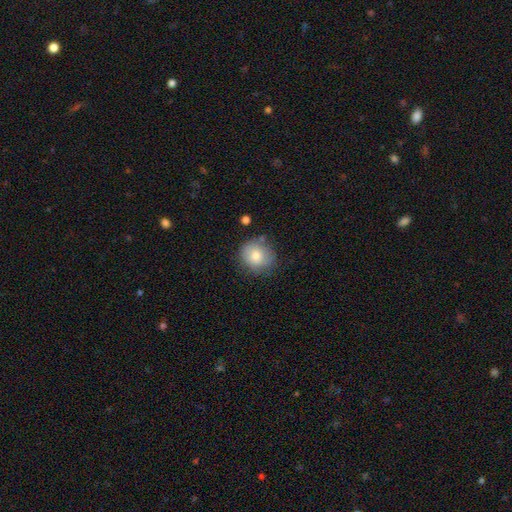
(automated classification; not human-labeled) This is likely a smooth galaxy (78%). How rounded: clearly round (81%). Merging: likely none (71%).